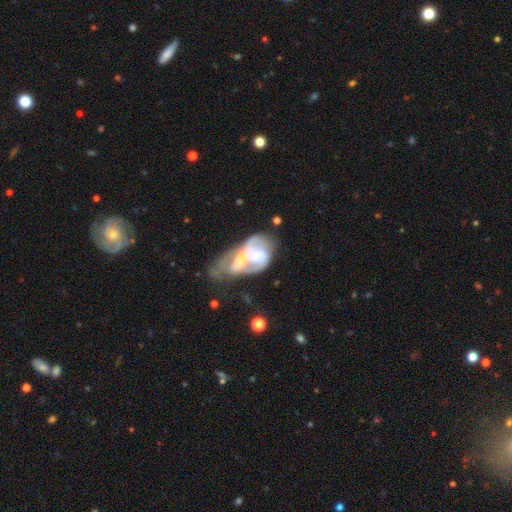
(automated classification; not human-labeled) Smooth or featured? featured or disk (64%)
Edge-on disk? no (95%)
Bar? no (71%)
Spiral arms? no (50%, tied with yes)
Bulge size? small (44%)
Merging? merger (63%)